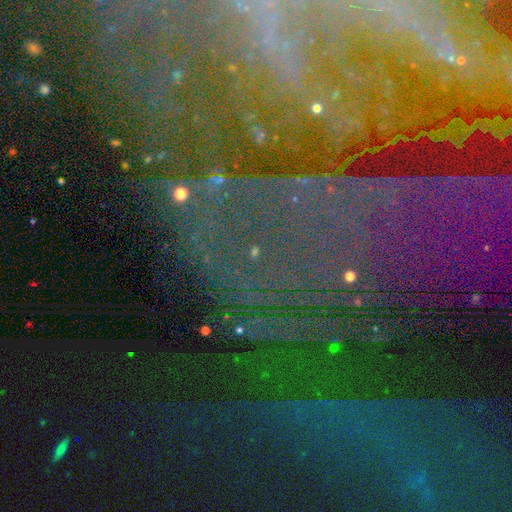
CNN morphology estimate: A star or artifact, not a galaxy (65%).